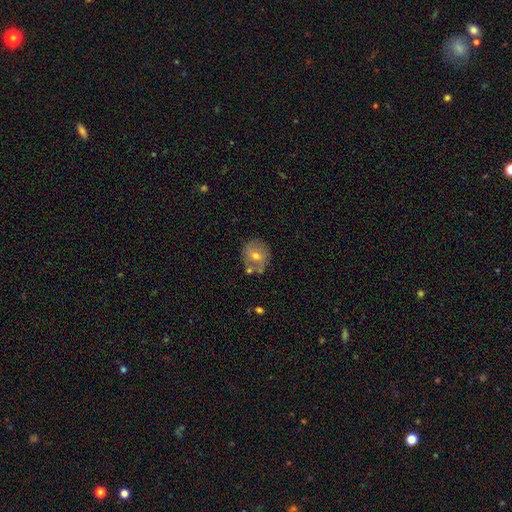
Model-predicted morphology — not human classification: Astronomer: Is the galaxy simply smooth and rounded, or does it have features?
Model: smooth — 60%.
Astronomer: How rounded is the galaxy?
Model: round — 77%.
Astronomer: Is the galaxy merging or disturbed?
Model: none — 65%.